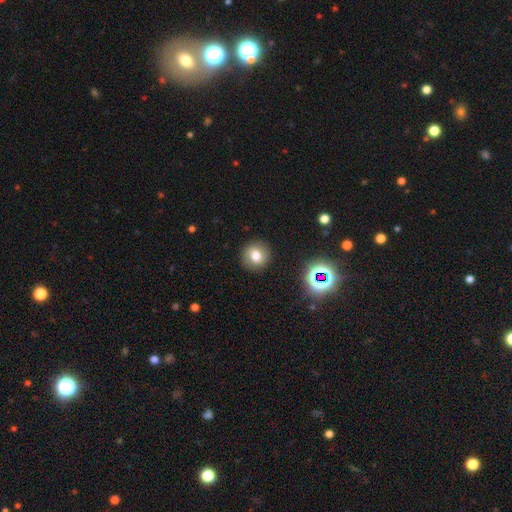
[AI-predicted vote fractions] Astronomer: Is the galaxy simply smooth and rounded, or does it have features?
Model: smooth — 68%.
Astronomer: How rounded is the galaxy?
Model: round — 88%.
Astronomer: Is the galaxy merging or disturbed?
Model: none — 88%.